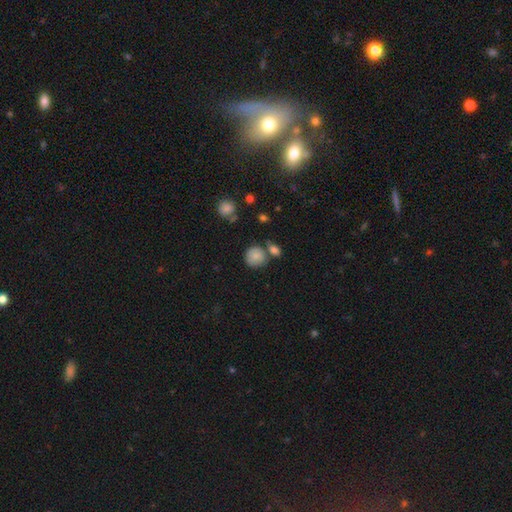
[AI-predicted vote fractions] A smooth galaxy with no disk features (82%) that is round (87%).

Vote fractions:
- Smooth or featured? smooth: 82% / star or artifact: 9% / featured or disk: 9%
- How rounded? round: 87% / in between: 12% / cigar-shaped: 1%
- Merging? none: 64% / merger: 19% / minor disturbance: 13% / major disturbance: 4%